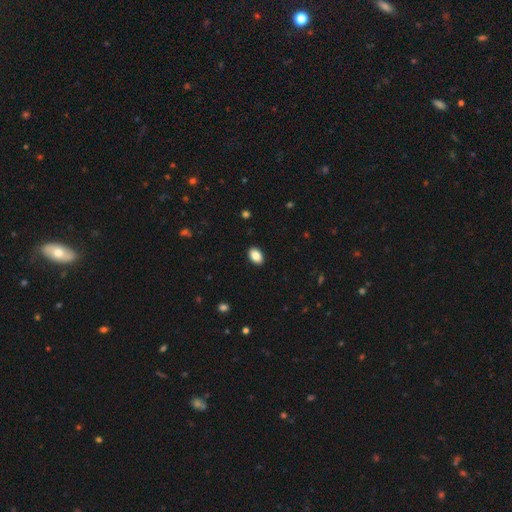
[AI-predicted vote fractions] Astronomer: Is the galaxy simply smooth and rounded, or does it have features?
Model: smooth — 87%.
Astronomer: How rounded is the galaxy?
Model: in between — 88%.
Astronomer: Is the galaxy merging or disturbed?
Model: none — 90%.